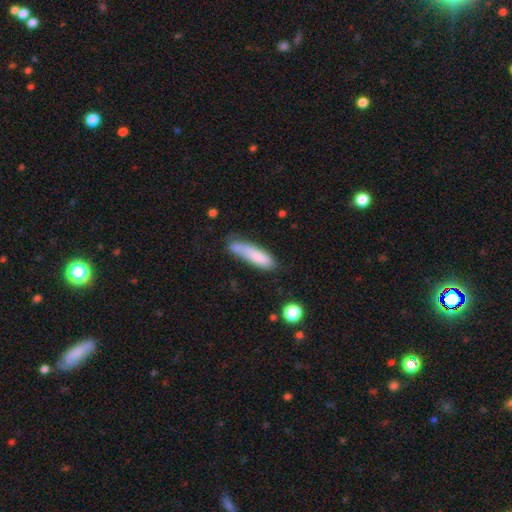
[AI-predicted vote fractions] smooth-or-featured: smooth: 78% | featured or disk: 15% | star or artifact: 7%
  how-rounded: cigar-shaped: 70% | in between: 28% | round: 2%
  merging: none: 54% | minor disturbance: 29% | major disturbance: 10% | merger: 8%